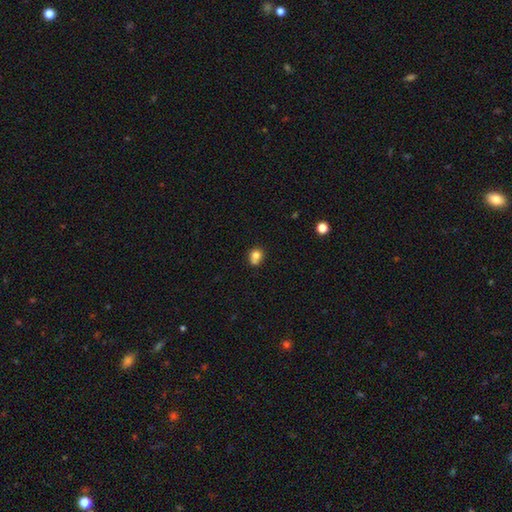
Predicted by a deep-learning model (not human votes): A smooth galaxy with no disk features (77%) that is round (76%). Merging: none (46%).